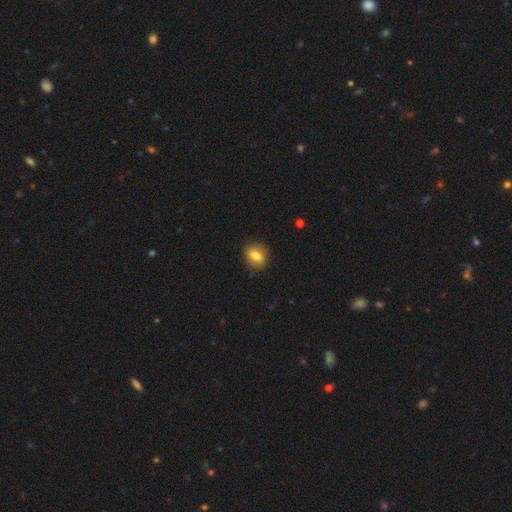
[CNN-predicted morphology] Smooth or featured?
  - smooth: 81% *
  - featured or disk: 11%
  - star or artifact: 9%
How rounded?
  - round: 52% *
  - in between: 46%
  - cigar-shaped: 1%
Merging?
  - none: 85% *
  - minor disturbance: 11%
  - major disturbance: 3%
  - merger: 1%